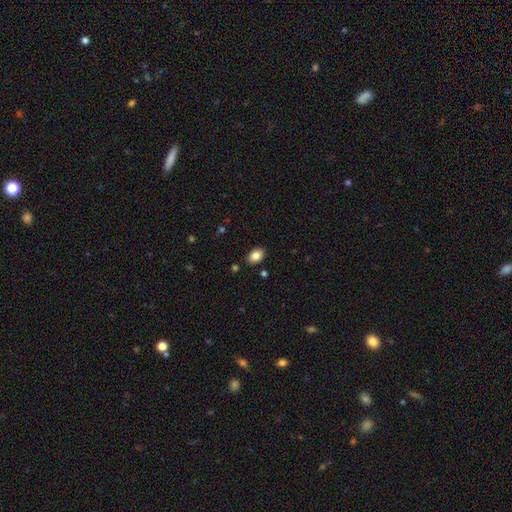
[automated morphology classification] This appears to be a smooth galaxy with no disk features (85%) that is in between round and cigar-shaped (85%). Merging: none (87%).